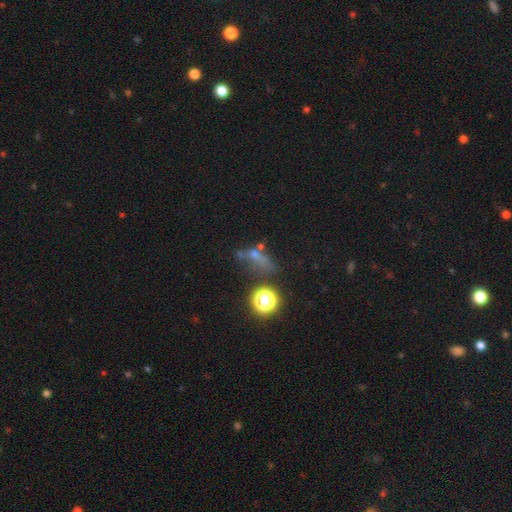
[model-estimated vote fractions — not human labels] smooth-or-featured: star or artifact: 42% | smooth: 36% | featured or disk: 22%